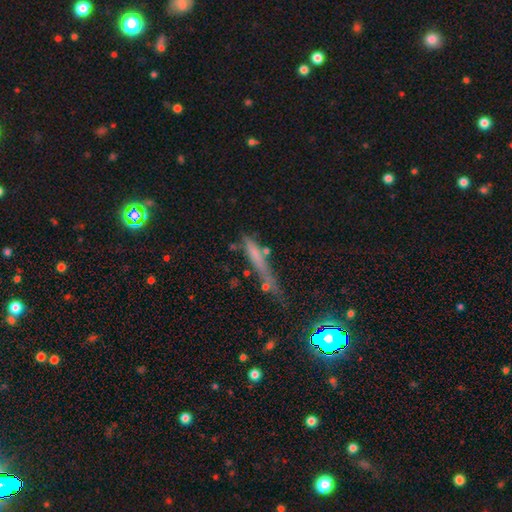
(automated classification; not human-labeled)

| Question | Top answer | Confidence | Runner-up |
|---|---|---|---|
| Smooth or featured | smooth | 53% | featured or disk (29%) |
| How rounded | cigar-shaped | 88% | in between (9%) |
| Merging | none | 48% | minor disturbance (26%) |